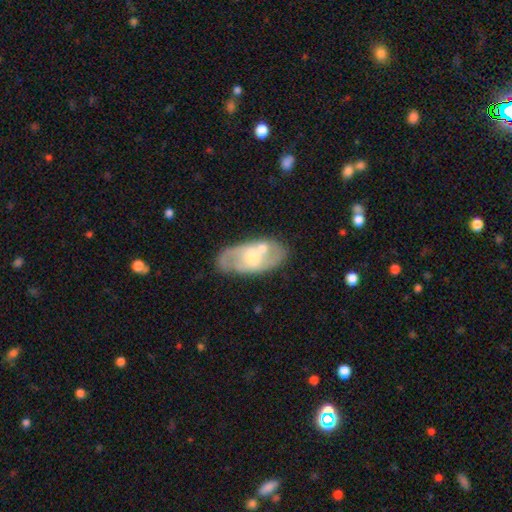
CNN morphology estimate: Smooth or featured? featured or disk (62%)
Edge-on disk? no (92%)
Bar? no (52%)
Spiral arms? yes (58%)
Bulge size? moderate (63%)
Merging? none (56%)